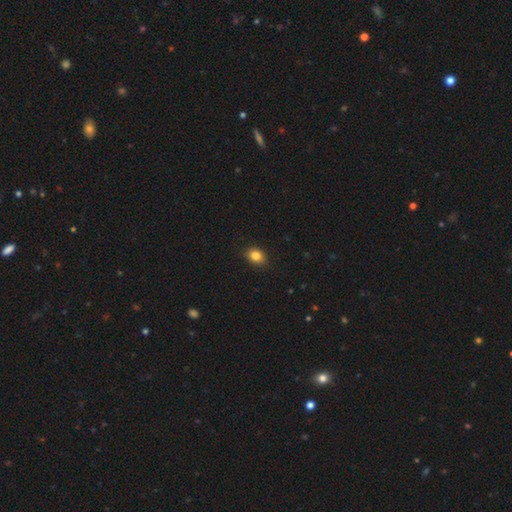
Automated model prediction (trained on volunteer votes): The model was most divided on "how rounded": in between: 57%, round: 42%, cigar-shaped: 1%. More confident: merging — none (88%); smooth or featured — smooth (84%).